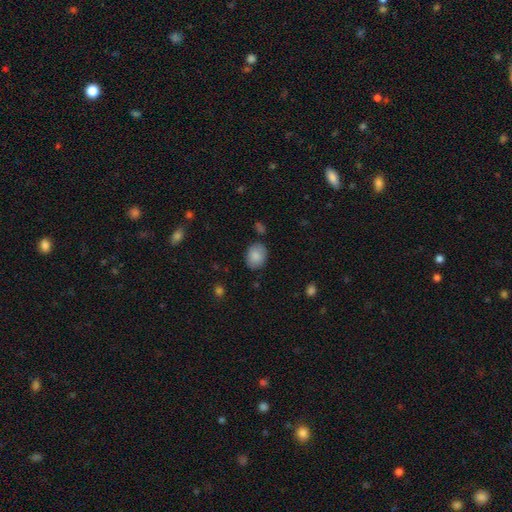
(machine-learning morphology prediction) smooth-or-featured: smooth: 86% | star or artifact: 7% | featured or disk: 7%
  how-rounded: in between: 57% | round: 42% | cigar-shaped: 1%
  merging: none: 79% | minor disturbance: 15% | major disturbance: 3% | merger: 3%